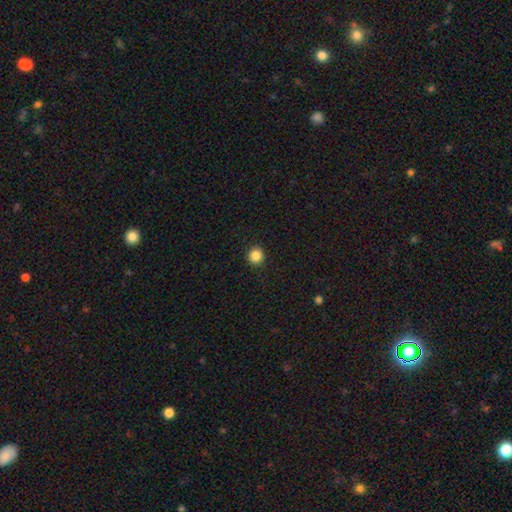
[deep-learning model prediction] Smooth or featured? Predicted: smooth (p=0.86). How rounded? Predicted: round (p=0.94). Merging? Predicted: none (p=0.93).